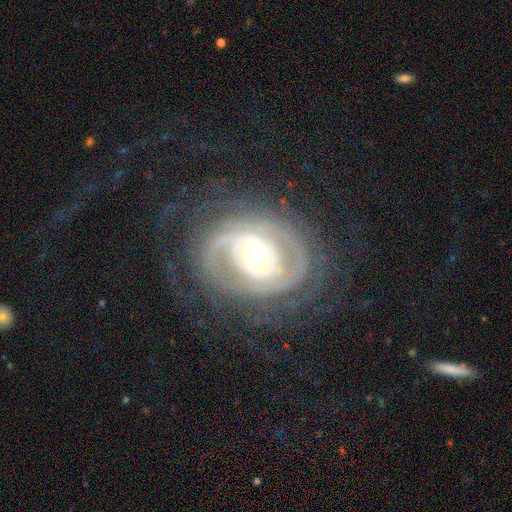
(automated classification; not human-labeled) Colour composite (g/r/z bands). It shows a featured or disk galaxy (88%) with no bar (43%), 2 (36%) tight (68%) spiral arms (93%) and a moderate central bulge (63%). Merging: none (69%).